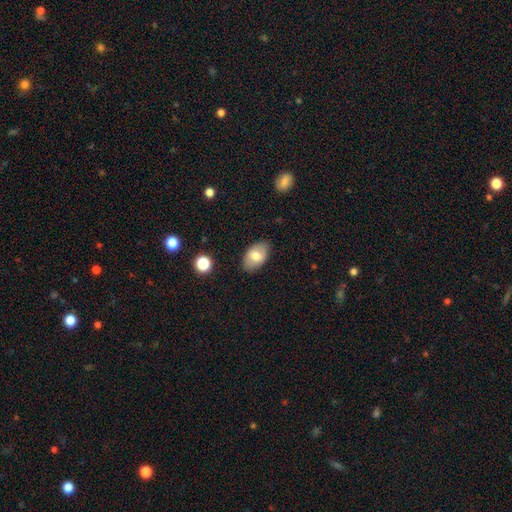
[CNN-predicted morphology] Smooth or featured? Predicted: smooth (p=0.72). How rounded? Predicted: in between (p=0.92). Merging? Predicted: none (p=0.85).